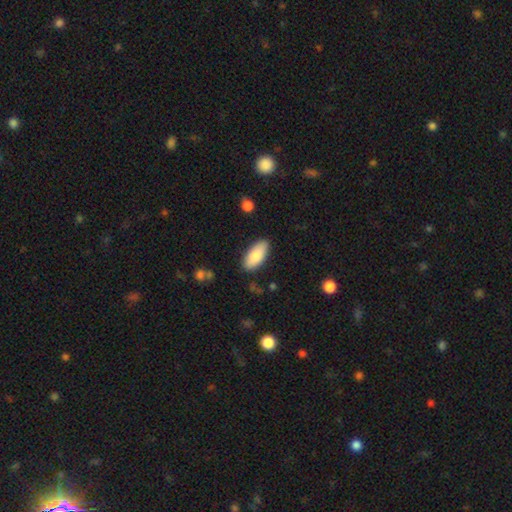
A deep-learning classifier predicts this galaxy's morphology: smooth_or_featured: smooth (p=0.83) [alt: featured or disk p=0.11]
how_rounded: in between (p=0.88) [alt: cigar-shaped p=0.10]
merging: none (p=0.86) [alt: minor disturbance p=0.10]